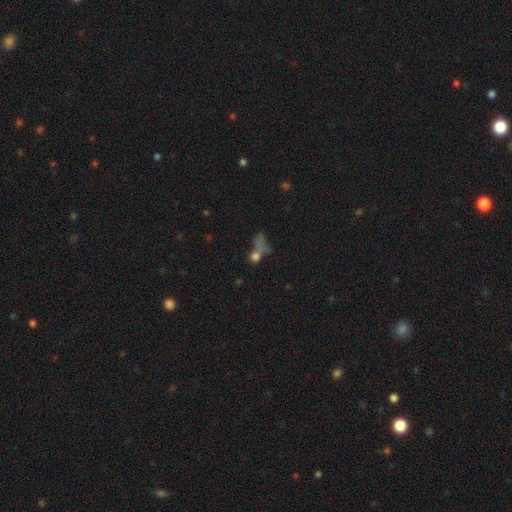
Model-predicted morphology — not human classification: A smooth galaxy with no disk features (38%). Merging: none (45%).